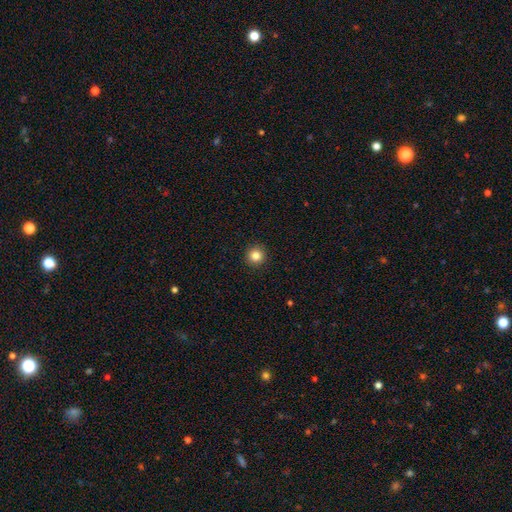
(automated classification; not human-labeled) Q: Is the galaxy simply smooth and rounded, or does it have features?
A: smooth — 84%.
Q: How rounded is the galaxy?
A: round — 95%.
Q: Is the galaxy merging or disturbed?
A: none — 93%.